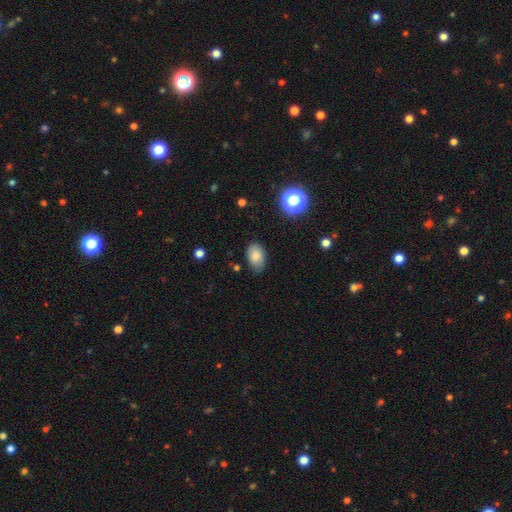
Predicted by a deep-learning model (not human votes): This appears to be a smooth galaxy with no disk features (83%) that is in between round and cigar-shaped (88%). Merging: none (76%).